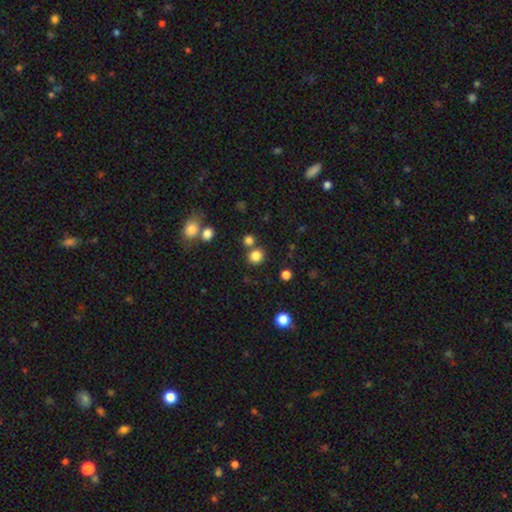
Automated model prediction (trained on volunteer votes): A smooth galaxy with no disk features (82%) that is round (87%). Merging: none (76%).